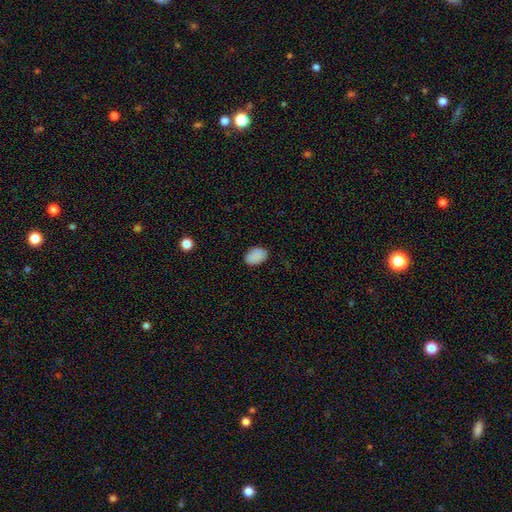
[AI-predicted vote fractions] Smooth or featured? Predicted: smooth (p=0.89). How rounded? Predicted: in between (p=0.85). Merging? Predicted: none (p=0.86).